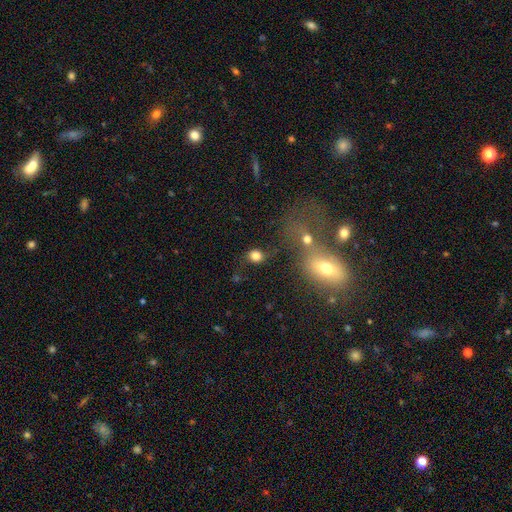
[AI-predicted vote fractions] Q: Smooth or featured?
A: smooth (80%); runner-up: star or artifact (12%)
Q: How rounded?
A: round (73%); runner-up: in between (26%)
Q: Merging?
A: none (65%); runner-up: minor disturbance (16%)